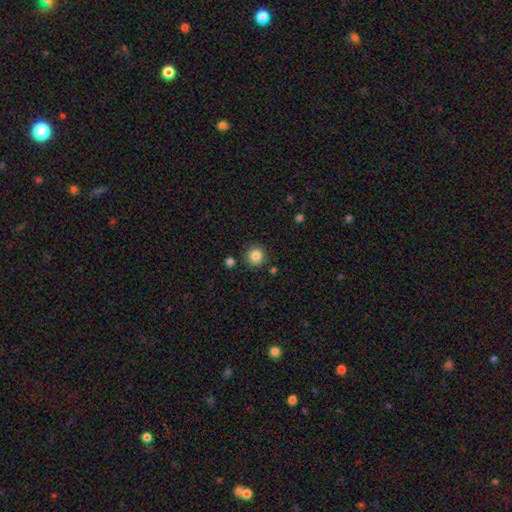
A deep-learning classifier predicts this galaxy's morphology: This is clearly a smooth galaxy (85%). How rounded: clearly round (94%). Merging: clearly none (88%).